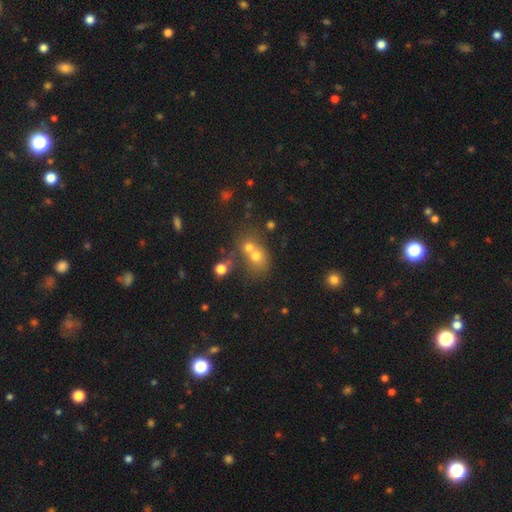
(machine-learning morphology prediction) The model was most divided on "merging": merger: 59%, none: 30%, minor disturbance: 7%, major disturbance: 4%. More confident: how rounded — round (67%); smooth or featured — smooth (64%).